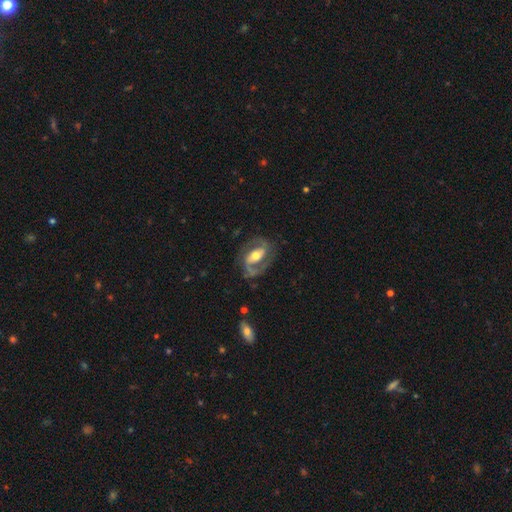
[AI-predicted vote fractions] The model was most divided on "bar": strong: 44%, weak: 33%, no: 23%. More confident: edge-on disk — no (96%); spiral arms — yes (92%); spiral arm count — 2 (87%); smooth or featured — featured or disk (84%); merging — none (73%); bulge size — moderate (66%); spiral winding — medium (53%).